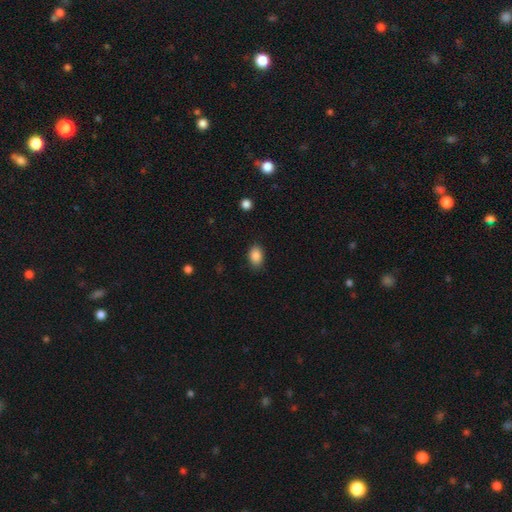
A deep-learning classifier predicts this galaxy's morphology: smooth_or_featured: smooth (p=0.88) [alt: star or artifact p=0.08]
how_rounded: in between (p=0.82) [alt: round p=0.17]
merging: none (p=0.86) [alt: minor disturbance p=0.11]